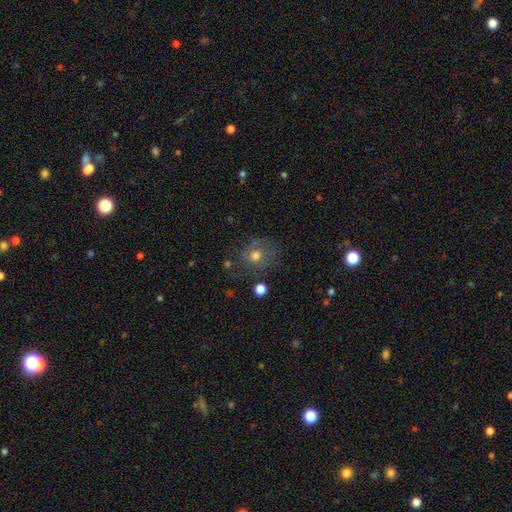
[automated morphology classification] A smooth galaxy with no disk features (57%) that is round (74%). Merging: none (63%).